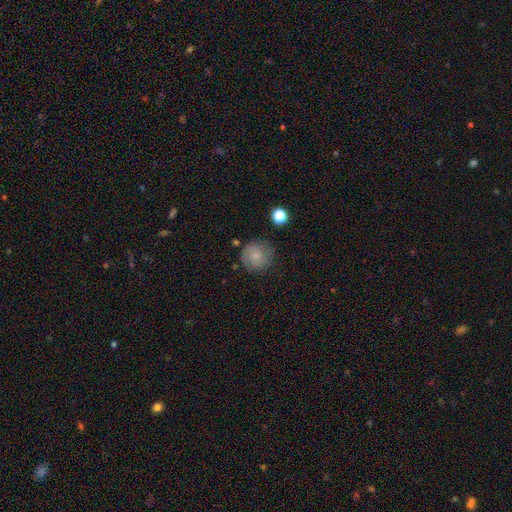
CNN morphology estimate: The model was most divided on "smooth or featured": smooth: 70%, featured or disk: 21%, star or artifact: 9%. More confident: how rounded — round (91%); merging — none (77%).